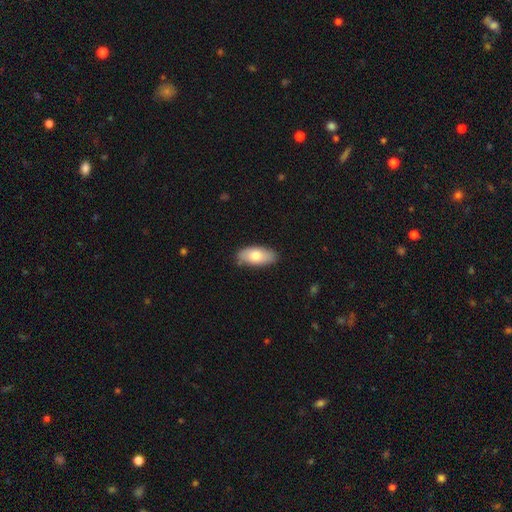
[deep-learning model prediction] Overall: smooth (74%). How rounded: in between (89%). Merging: none (83%).